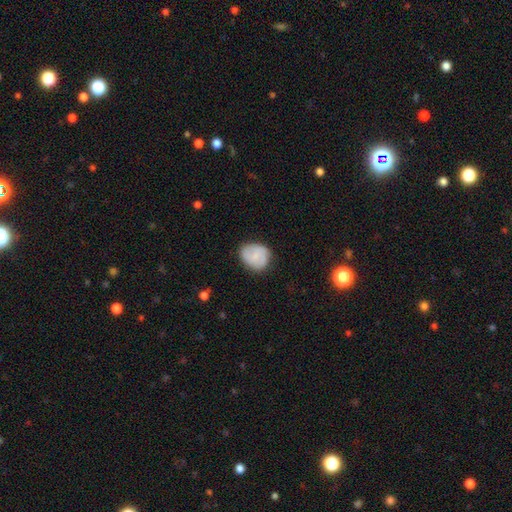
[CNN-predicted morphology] The model was most divided on "how rounded": round: 60%, in between: 39%, cigar-shaped: 1%. More confident: merging — none (73%); smooth or featured — smooth (65%).